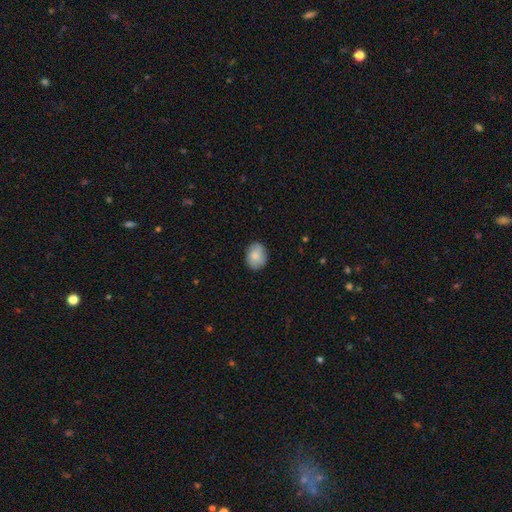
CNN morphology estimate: Smooth or featured: smooth — 84% (featured or disk — 9%)
How rounded: in between — 57% (round — 42%)
Merging: none — 84% (minor disturbance — 13%)